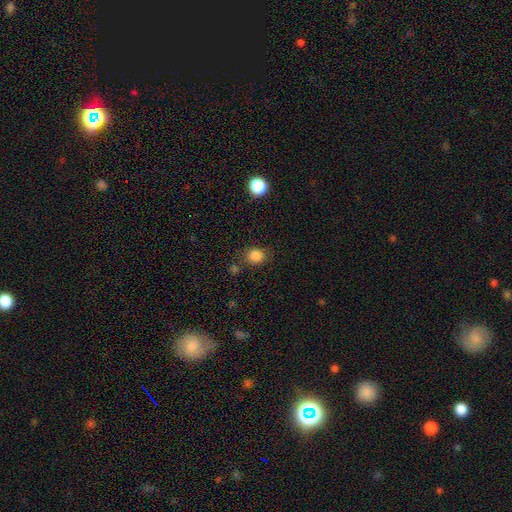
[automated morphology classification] smooth 84%, star or artifact 12%, featured or disk 5%. Down the decision tree: how rounded — round (71%); merging — none (75%).